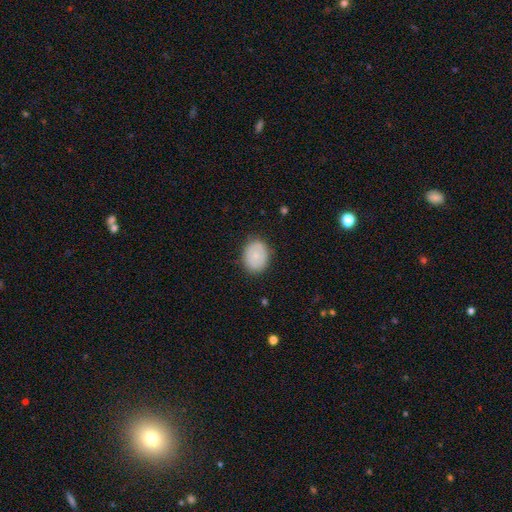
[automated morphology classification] Smooth or featured? smooth (76%)
How rounded? round (51%)
Merging? none (83%)